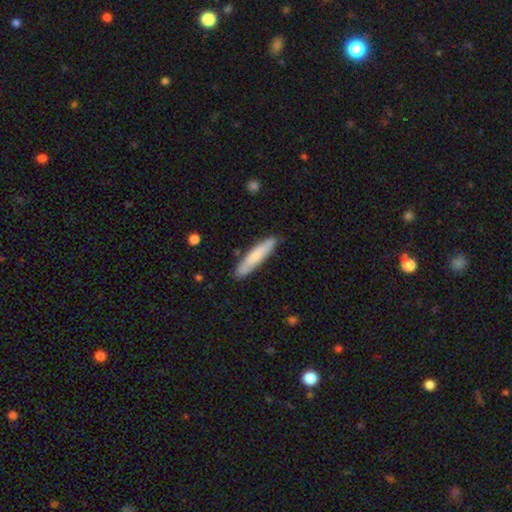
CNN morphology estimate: Smooth or featured? smooth (72%)
How rounded? cigar-shaped (88%)
Merging? none (85%)